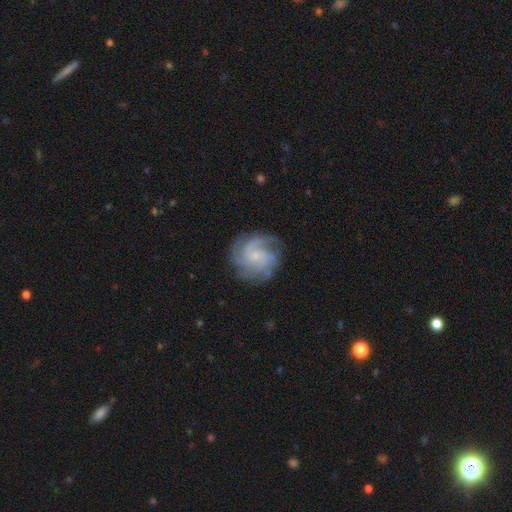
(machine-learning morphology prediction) Q: Smooth or featured?
A: featured or disk (83%); runner-up: smooth (11%)
Q: Edge-on disk?
A: no (98%); runner-up: yes (2%)
Q: Bar?
A: no (71%); runner-up: weak (26%)
Q: Spiral arms?
A: yes (97%); runner-up: no (3%)
Q: Spiral winding?
A: tight (48%); runner-up: medium (40%)
Q: Spiral arm count?
A: 3 (34%); runner-up: can't tell (22%)
Q: Bulge size?
A: small (75%); runner-up: moderate (16%)
Q: Merging?
A: none (76%); runner-up: minor disturbance (16%)